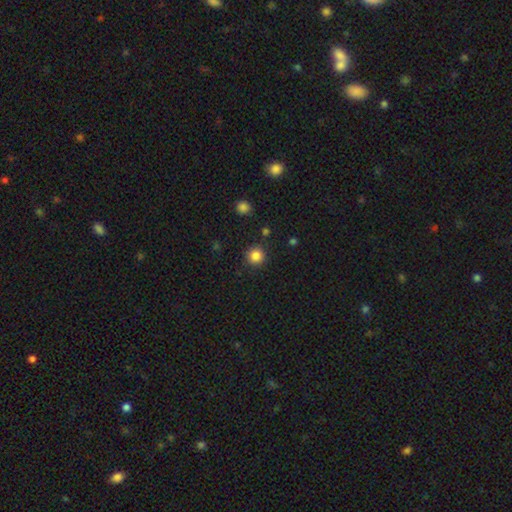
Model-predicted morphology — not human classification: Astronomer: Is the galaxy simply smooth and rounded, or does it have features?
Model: smooth — 85%.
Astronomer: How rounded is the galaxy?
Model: round — 94%.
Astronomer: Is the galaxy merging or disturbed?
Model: none — 89%.